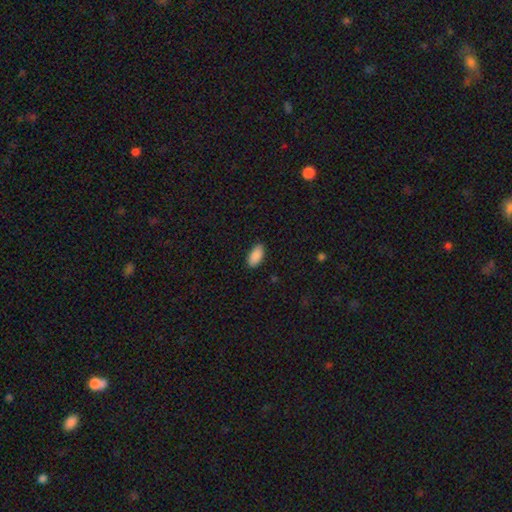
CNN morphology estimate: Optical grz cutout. It shows a smooth galaxy with no disk features (90%) that is in between round and cigar-shaped (93%). Merging: none (87%).